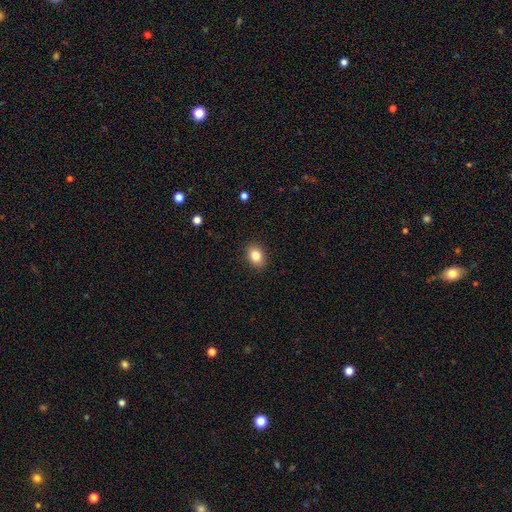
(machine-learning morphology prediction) Overall: smooth (84%). How rounded: in between (68%; round 31%). Merging: none (89%).